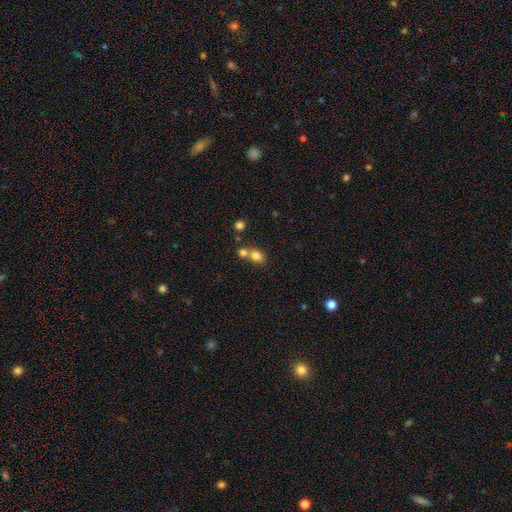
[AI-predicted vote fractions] A smooth galaxy with no disk features (79%) that is in between round and cigar-shaped (50%).

Vote fractions:
- Smooth or featured? smooth: 79% / star or artifact: 12% / featured or disk: 9%
- How rounded? in between: 50% / round: 48% / cigar-shaped: 1%
- Merging? merger: 46% / none: 43% / minor disturbance: 8% / major disturbance: 3%